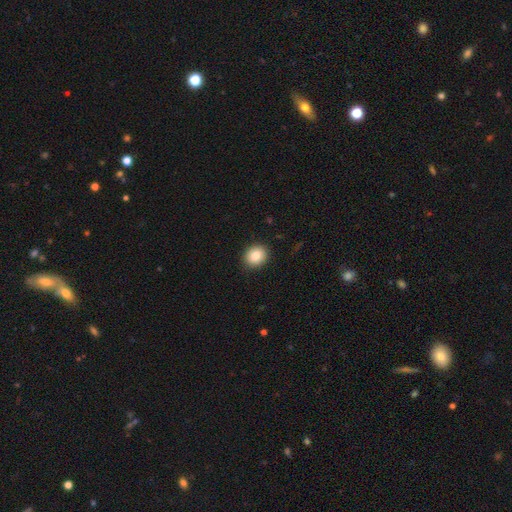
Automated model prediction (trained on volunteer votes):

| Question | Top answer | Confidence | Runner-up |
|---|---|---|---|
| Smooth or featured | smooth | 83% | star or artifact (9%) |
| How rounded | round | 71% | in between (28%) |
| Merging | none | 90% | minor disturbance (7%) |